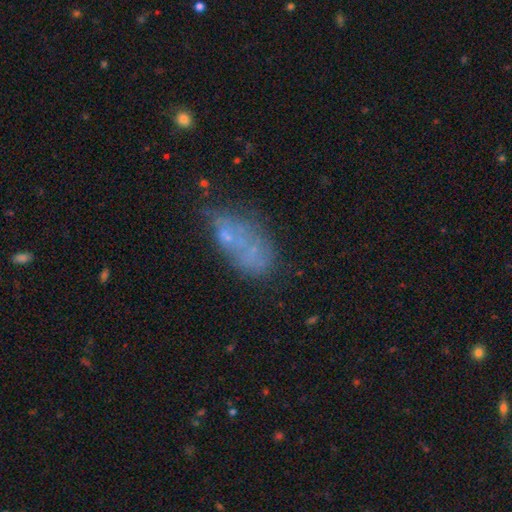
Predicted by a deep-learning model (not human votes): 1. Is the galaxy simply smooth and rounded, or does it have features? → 45% featured or disk, 39% smooth, 17% star or artifact.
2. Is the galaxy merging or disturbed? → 39% none, 22% major disturbance, 21% minor disturbance, 19% merger.